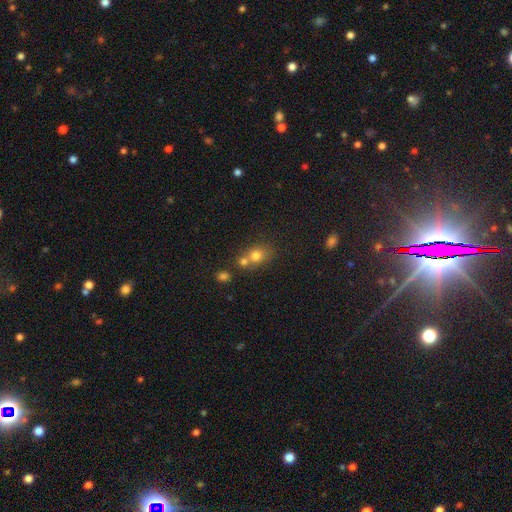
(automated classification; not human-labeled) Overall: smooth (74%). How rounded: round (64%; in between 34%). Merging: merger (47%; none 40%).